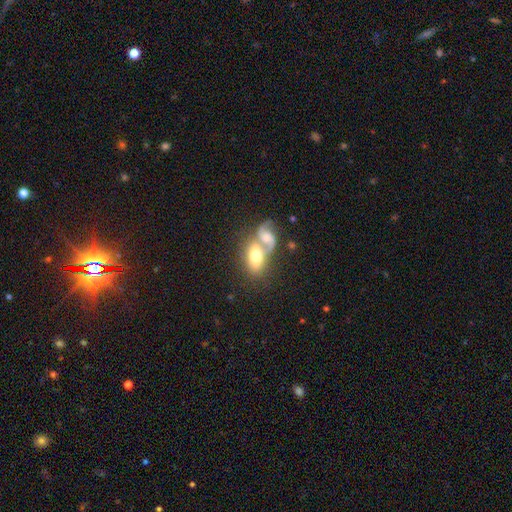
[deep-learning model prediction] Morphology: type=smooth (53%); roundness=in between (85%); merging=merger (68%).